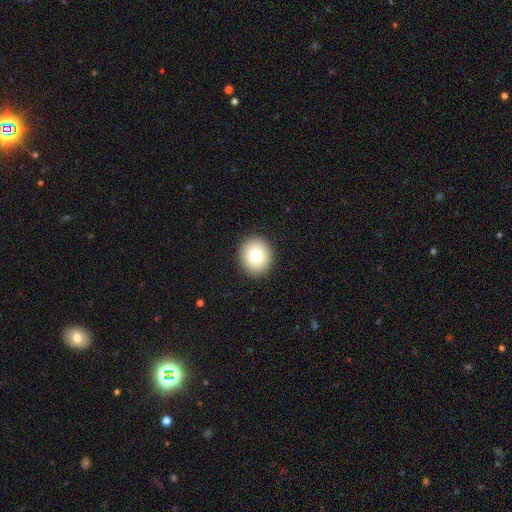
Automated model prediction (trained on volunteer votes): Smooth or featured?
  - smooth: 75% *
  - featured or disk: 14%
  - star or artifact: 10%
How rounded?
  - round: 85% *
  - in between: 14%
  - cigar-shaped: 1%
Merging?
  - none: 92% *
  - minor disturbance: 5%
  - major disturbance: 2%
  - merger: 1%